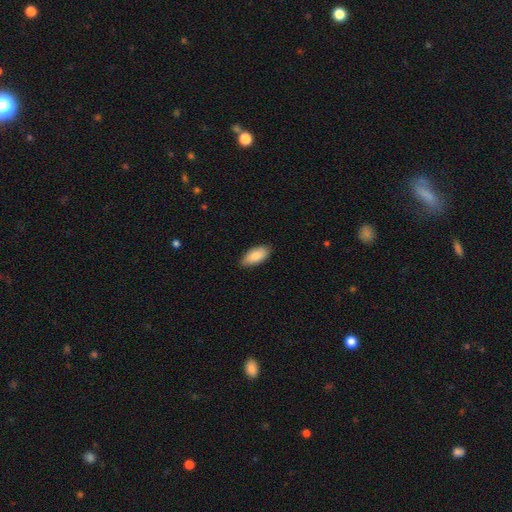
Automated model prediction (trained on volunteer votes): smooth_or_featured: smooth (p=0.83) [alt: featured or disk p=0.11]
how_rounded: in between (p=0.91) [alt: cigar-shaped p=0.07]
merging: none (p=0.85) [alt: minor disturbance p=0.12]